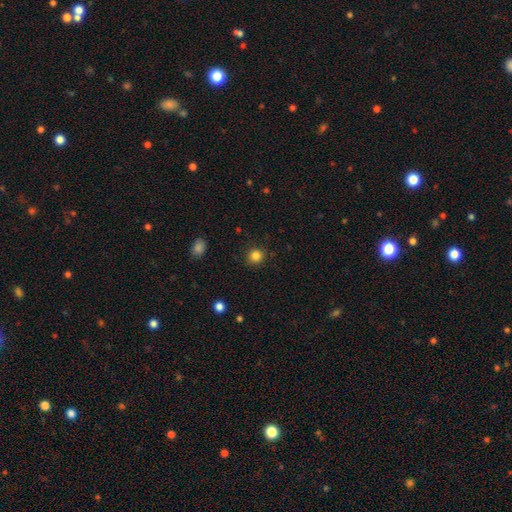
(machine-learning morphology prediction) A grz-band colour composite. It shows a smooth galaxy with no disk features (84%) that is round (91%). Merging: none (90%).